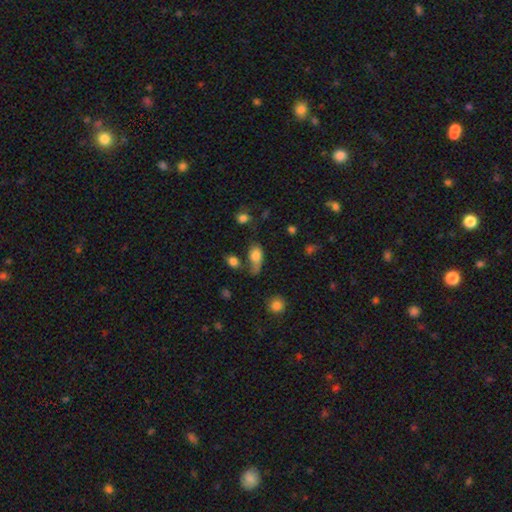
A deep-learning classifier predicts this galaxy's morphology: smooth 77%, featured or disk 14%, star or artifact 9%. Down the decision tree: how rounded — in between (80%); merging — none (32%).